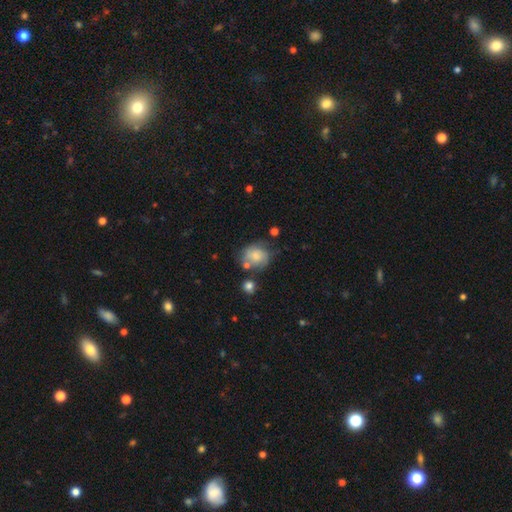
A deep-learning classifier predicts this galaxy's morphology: This appears to be a smooth galaxy with no disk features (55%) that is round (71%). Merging: none (55%).